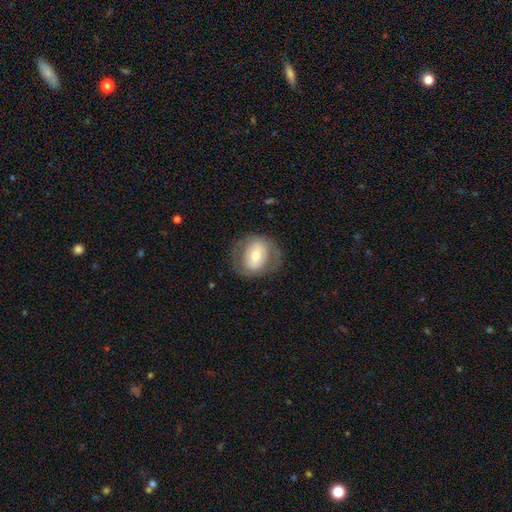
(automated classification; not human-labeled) This appears to be a smooth galaxy with no disk features (49%). Merging: none (73%).